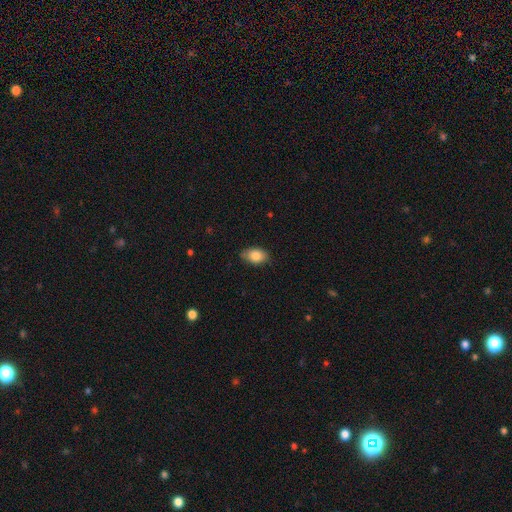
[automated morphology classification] Smooth or featured: smooth — 84% (featured or disk — 9%)
How rounded: in between — 87% (round — 11%)
Merging: none — 78% (minor disturbance — 18%)